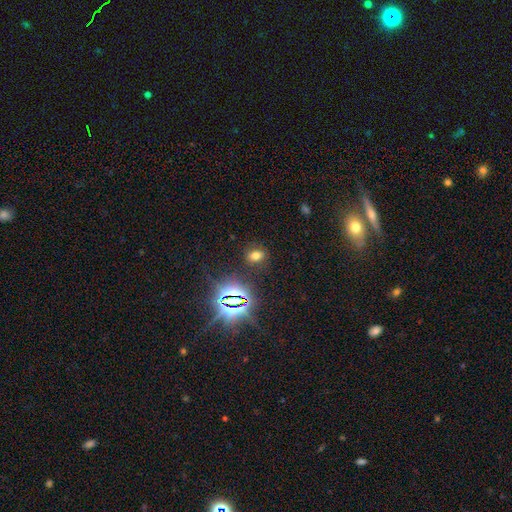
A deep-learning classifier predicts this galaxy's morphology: Smooth or featured: smooth — 59% (star or artifact — 31%)
How rounded: in between — 65% (round — 33%)
Merging: none — 84% (minor disturbance — 10%)